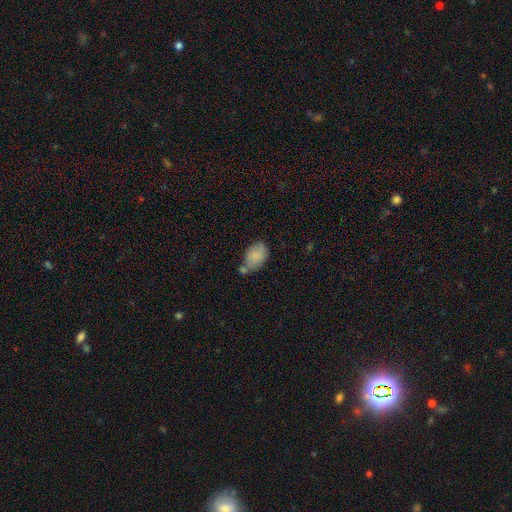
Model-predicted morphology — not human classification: Overall: smooth (80%). How rounded: in between (87%). Merging: none (44%; minor disturbance 25%).